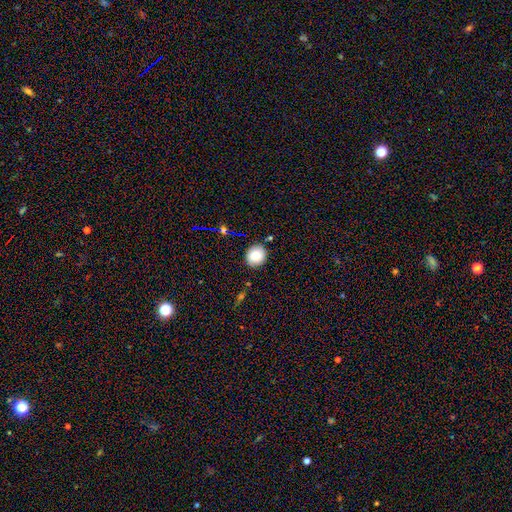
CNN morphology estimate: smooth 78%, star or artifact 11%, featured or disk 11%. Down the decision tree: how rounded — round (84%); merging — none (87%).